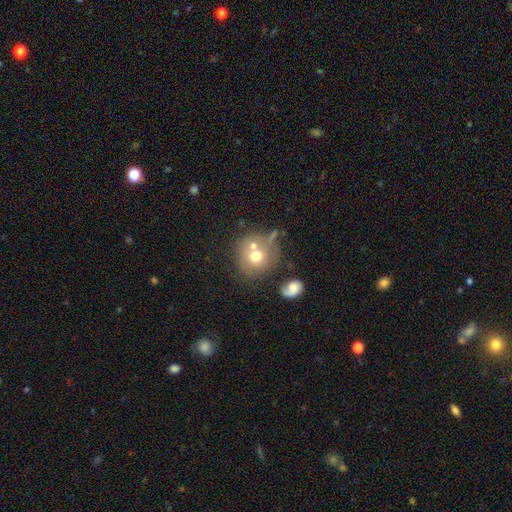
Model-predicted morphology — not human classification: This is likely a smooth galaxy (65%). How rounded: clearly round (86%). Merging: possibly none (47%).